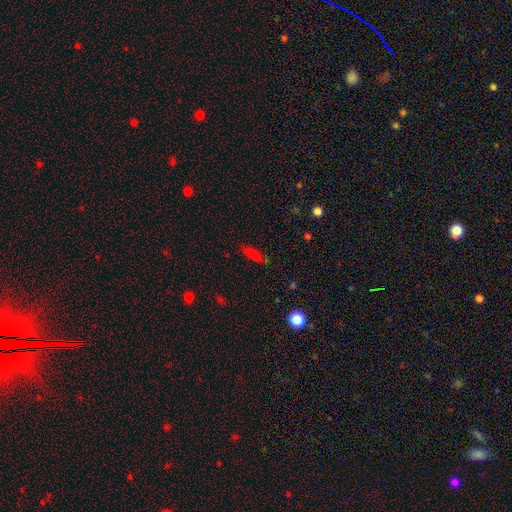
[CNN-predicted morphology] This appears to be a smooth galaxy with no disk features (72%) that is cigar-shaped (52%). Merging: none (78%).